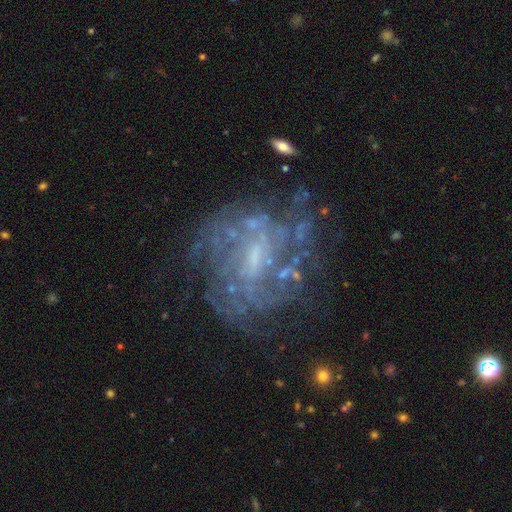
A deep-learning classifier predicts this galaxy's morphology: featured or disk 81%, star or artifact 11%, smooth 9%. Down the decision tree: edge-on disk — no (97%); bar — weak (51%); spiral arms — yes (73%); spiral arm count — can't tell (56%); spiral winding — tight (49%); bulge size — small (52%); merging — none (64%).